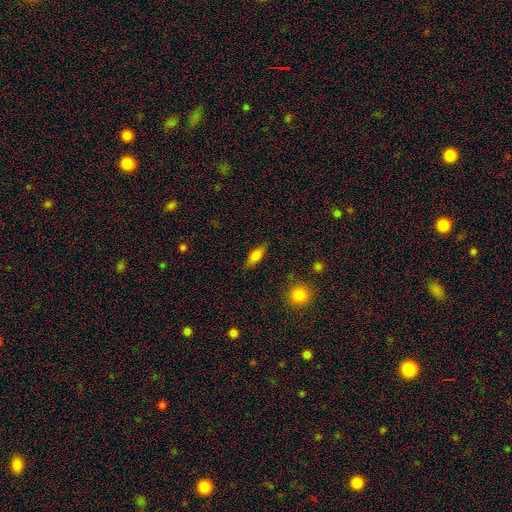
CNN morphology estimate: smooth_or_featured: smooth (p=0.75) [alt: featured or disk p=0.17]
how_rounded: in between (p=0.68) [alt: cigar-shaped p=0.29]
merging: none (p=0.84) [alt: minor disturbance p=0.12]